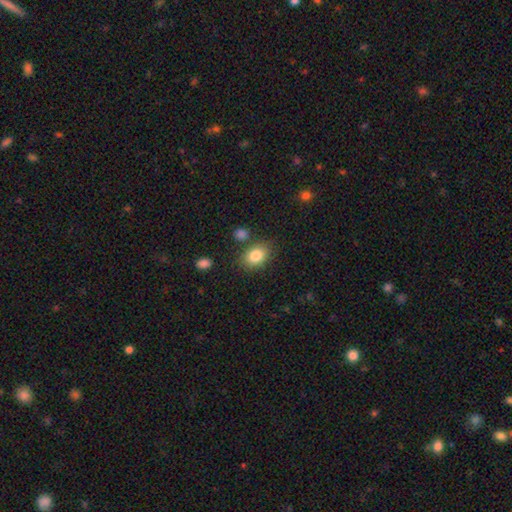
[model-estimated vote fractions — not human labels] The model was most divided on "how rounded": in between: 74%, round: 25%, cigar-shaped: 1%. More confident: smooth or featured — smooth (84%); merging — none (77%).